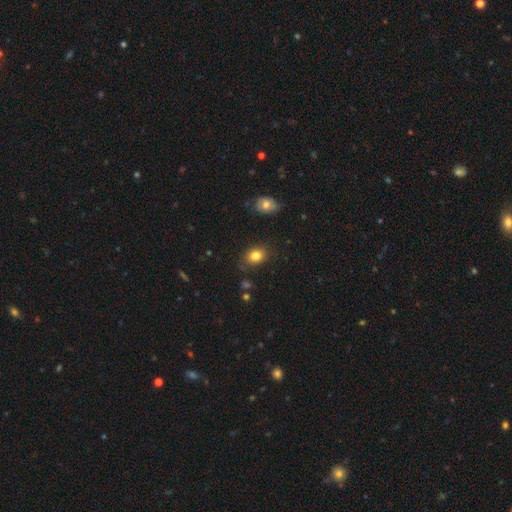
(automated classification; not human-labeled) A smooth galaxy with no disk features (83%) that is in between round and cigar-shaped (62%).

Vote fractions:
- Smooth or featured? smooth: 83% / star or artifact: 10% / featured or disk: 7%
- How rounded? in between: 62% / round: 36% / cigar-shaped: 1%
- Merging? none: 79% / minor disturbance: 15% / major disturbance: 4% / merger: 2%